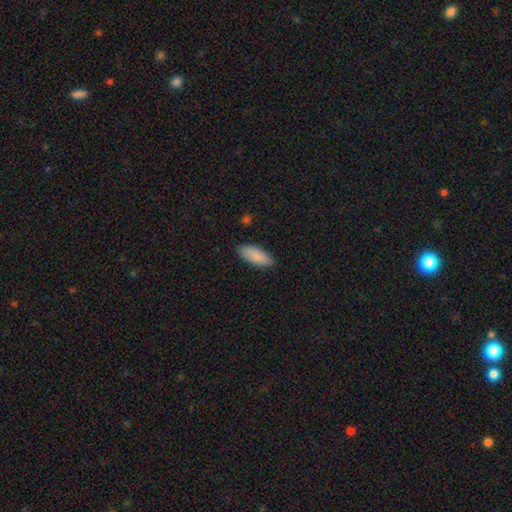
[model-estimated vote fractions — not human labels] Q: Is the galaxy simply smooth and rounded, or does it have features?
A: smooth — 88%.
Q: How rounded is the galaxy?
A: in between — 81%.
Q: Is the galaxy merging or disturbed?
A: none — 86%.